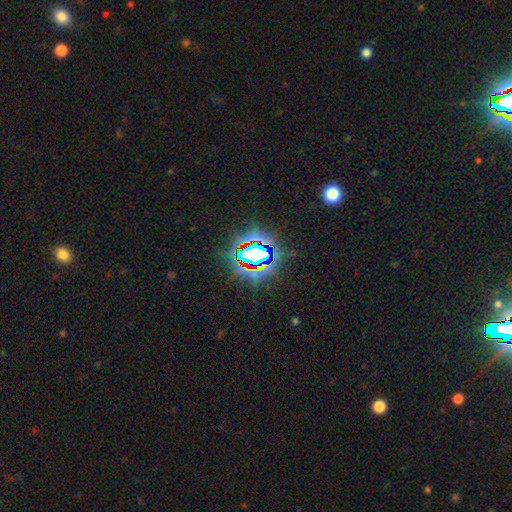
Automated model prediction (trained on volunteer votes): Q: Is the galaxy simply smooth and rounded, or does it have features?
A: star or artifact — 74%.